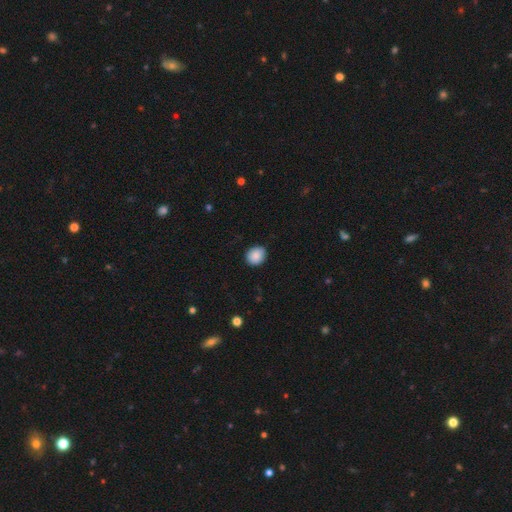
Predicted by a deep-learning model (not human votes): The model was most divided on "how rounded": round: 73%, in between: 26%, cigar-shaped: 1%. More confident: smooth or featured — smooth (89%); merging — none (89%).